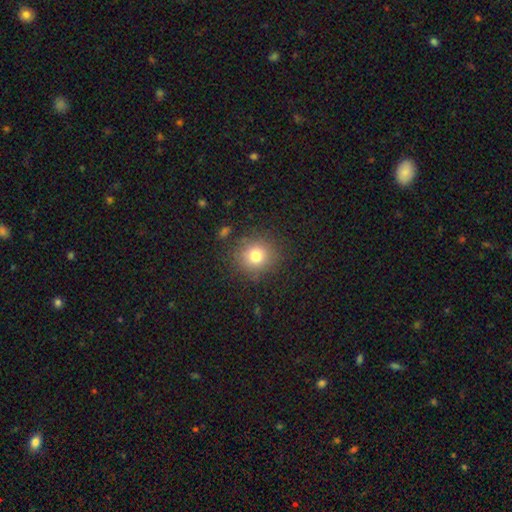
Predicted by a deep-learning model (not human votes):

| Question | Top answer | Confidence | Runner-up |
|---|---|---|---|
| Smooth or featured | smooth | 78% | star or artifact (13%) |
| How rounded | round | 87% | in between (12%) |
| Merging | none | 85% | minor disturbance (9%) |